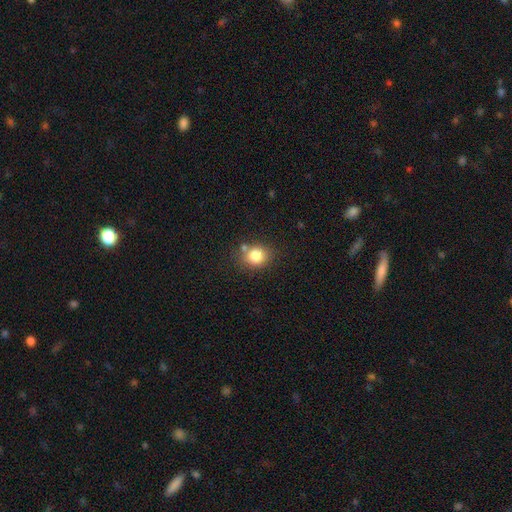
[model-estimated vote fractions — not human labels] Smooth or featured? smooth (82%)
How rounded? round (69%)
Merging? none (70%)